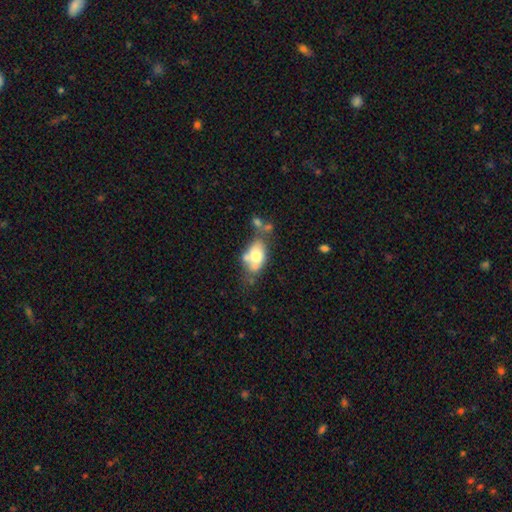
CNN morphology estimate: The model was most divided on "merging": none: 36%, merger: 27%, minor disturbance: 24%, major disturbance: 13%. More confident: how rounded — in between (87%); smooth or featured — smooth (62%).